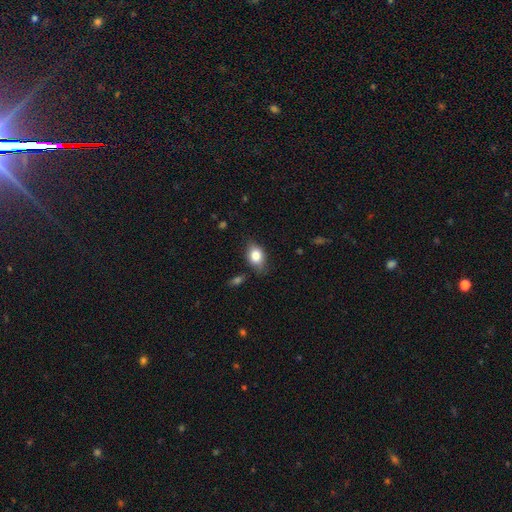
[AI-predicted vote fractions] A smooth galaxy with no disk features (79%) that is in between round and cigar-shaped (79%).

Vote fractions:
- Smooth or featured? smooth: 79% / featured or disk: 13% / star or artifact: 8%
- How rounded? in between: 79% / round: 19% / cigar-shaped: 2%
- Merging? none: 73% / minor disturbance: 20% / major disturbance: 4% / merger: 2%